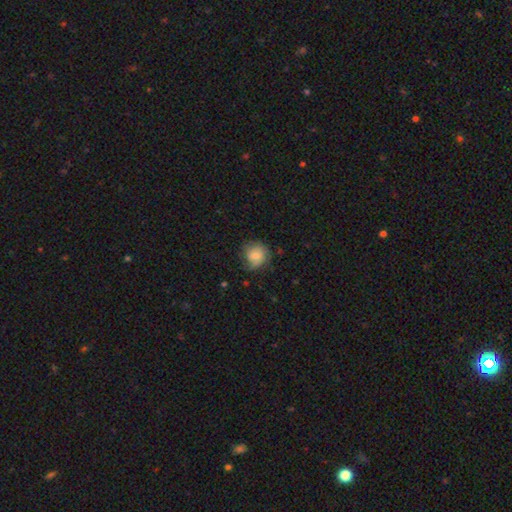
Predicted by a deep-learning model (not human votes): Smooth or featured?
  - smooth: 67% *
  - featured or disk: 25%
  - star or artifact: 8%
How rounded?
  - round: 81% *
  - in between: 18%
  - cigar-shaped: 1%
Merging?
  - none: 59% *
  - minor disturbance: 28%
  - major disturbance: 11%
  - merger: 1%